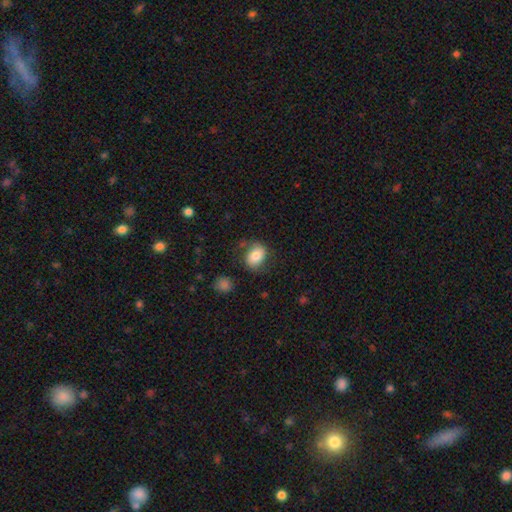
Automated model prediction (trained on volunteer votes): Smooth or featured? Predicted: smooth (p=0.73). How rounded? Predicted: in between (p=0.70). Merging? Predicted: none (p=0.64).